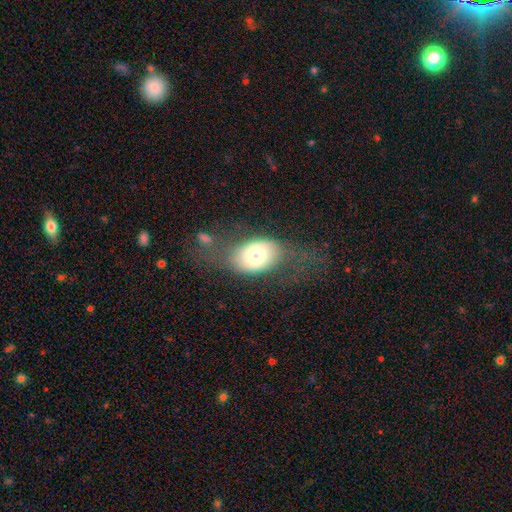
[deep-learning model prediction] Smooth or featured? Predicted: smooth (p=0.68). How rounded? Predicted: in between (p=0.81). Merging? Predicted: none (p=0.48).